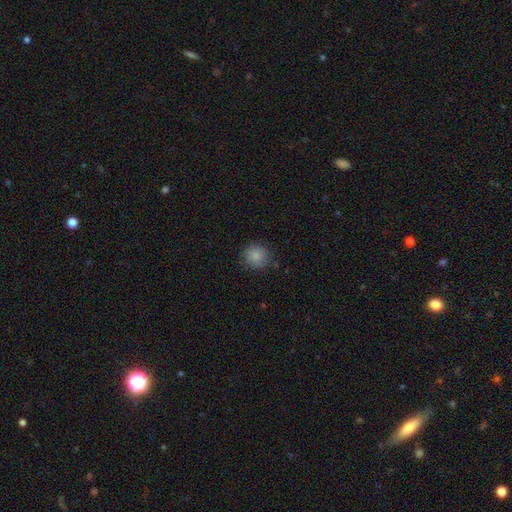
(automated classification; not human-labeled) This is clearly a smooth galaxy (86%). How rounded: clearly round (88%). Merging: clearly none (83%).